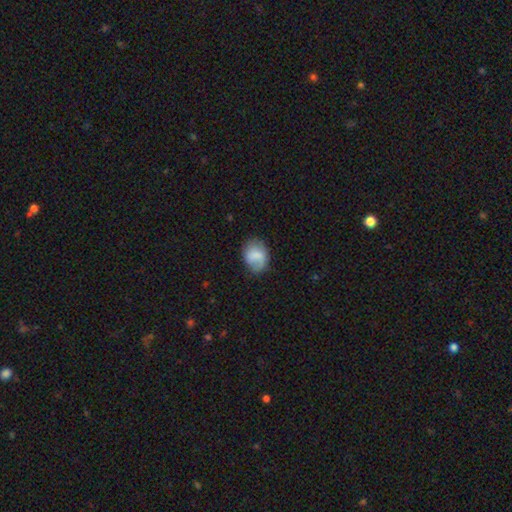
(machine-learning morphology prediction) Overall: smooth (71%). How rounded: in between (60%; round 39%). Merging: none (62%; minor disturbance 26%).